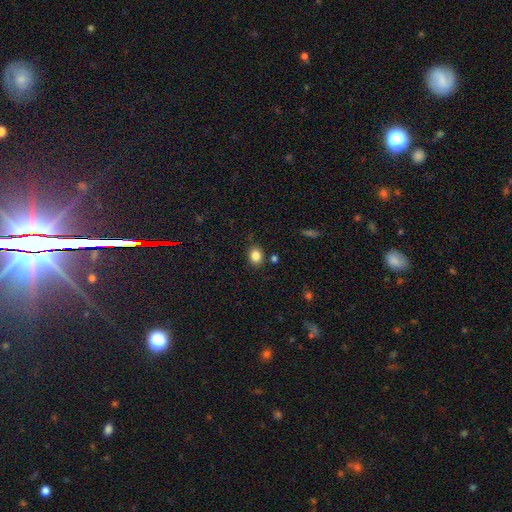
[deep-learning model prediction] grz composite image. It shows a smooth galaxy with no disk features (84%) that is round (51%). Merging: none (82%).